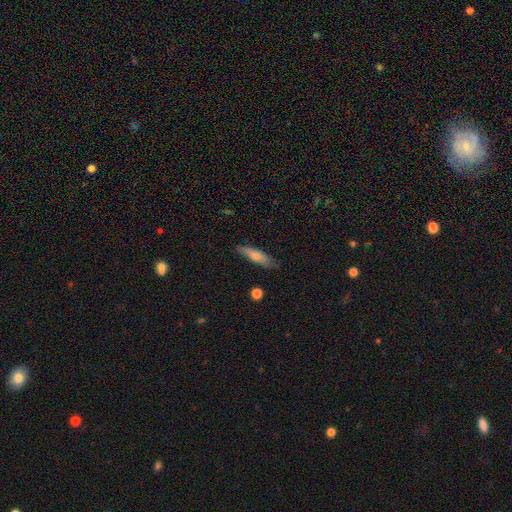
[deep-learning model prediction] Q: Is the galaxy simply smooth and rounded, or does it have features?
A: smooth — 58%.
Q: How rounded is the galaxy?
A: cigar-shaped — 75%.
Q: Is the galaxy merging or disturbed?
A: none — 81%.